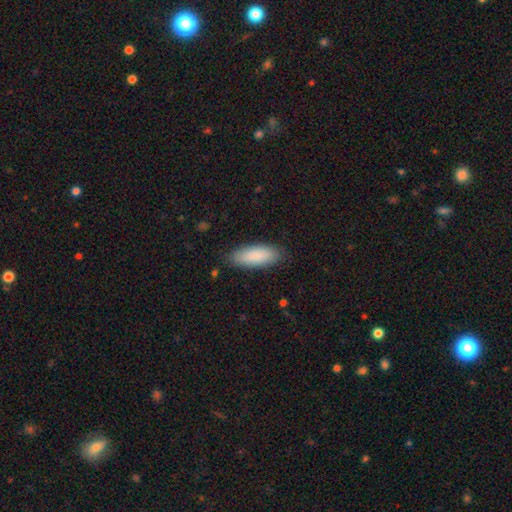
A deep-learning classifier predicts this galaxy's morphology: Smooth or featured? smooth (88%)
How rounded? in between (72%)
Merging? none (86%)